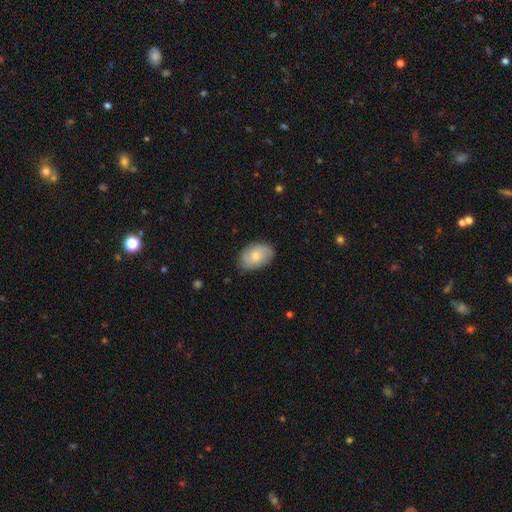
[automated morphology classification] Smooth or featured?
  - smooth: 65% *
  - featured or disk: 28%
  - star or artifact: 6%
How rounded?
  - in between: 85% *
  - round: 13%
  - cigar-shaped: 1%
Merging?
  - none: 80% *
  - minor disturbance: 16%
  - major disturbance: 3%
  - merger: 1%